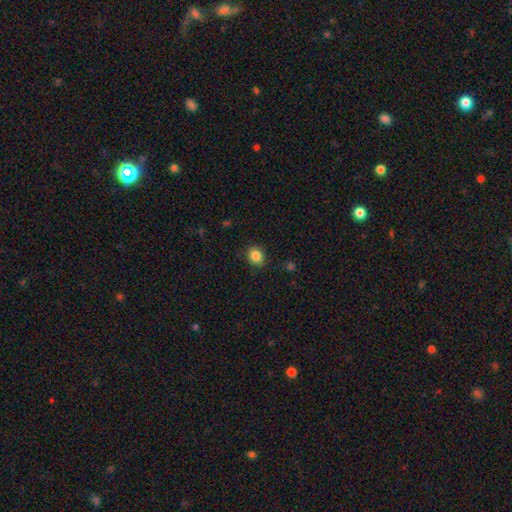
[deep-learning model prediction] smooth 85%, star or artifact 10%, featured or disk 5%. Down the decision tree: how rounded — round (65%); merging — none (87%).